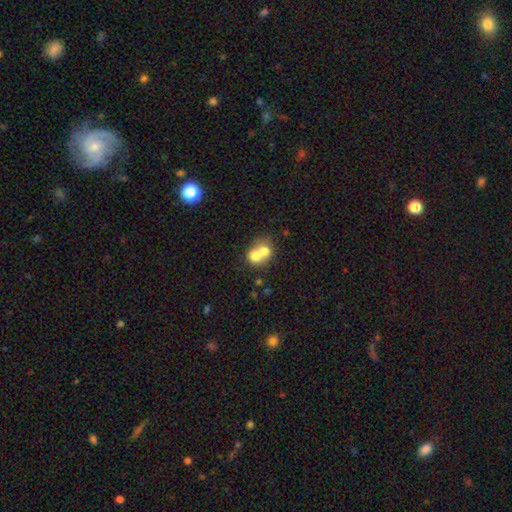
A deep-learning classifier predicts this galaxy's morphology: The model was most divided on "how rounded": round: 65%, in between: 34%, cigar-shaped: 1%. More confident: merging — merger (71%); smooth or featured — smooth (67%).